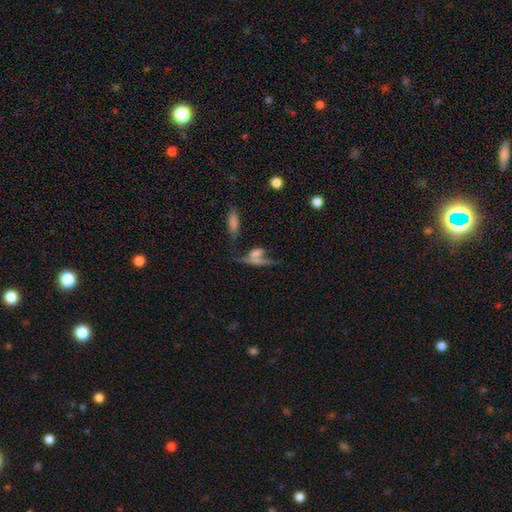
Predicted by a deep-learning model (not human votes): Smooth or featured: smooth — 52% (featured or disk — 34%)
How rounded: in between — 49% (cigar-shaped — 41%)
Merging: merger — 44% (none — 27%)